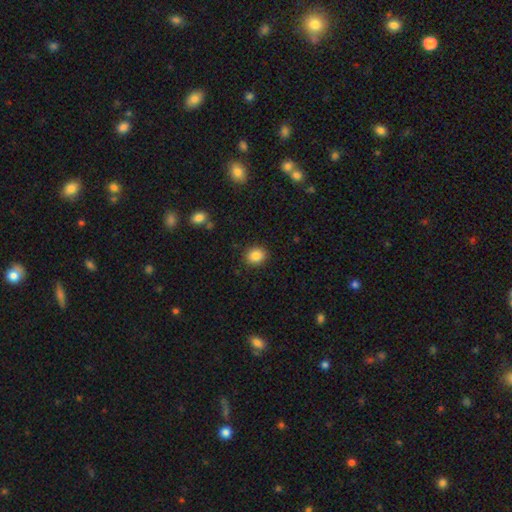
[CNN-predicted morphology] smooth_or_featured: smooth (p=0.87) [alt: star or artifact p=0.09]
how_rounded: round (p=0.64) [alt: in between p=0.35]
merging: none (p=0.89) [alt: minor disturbance p=0.08]